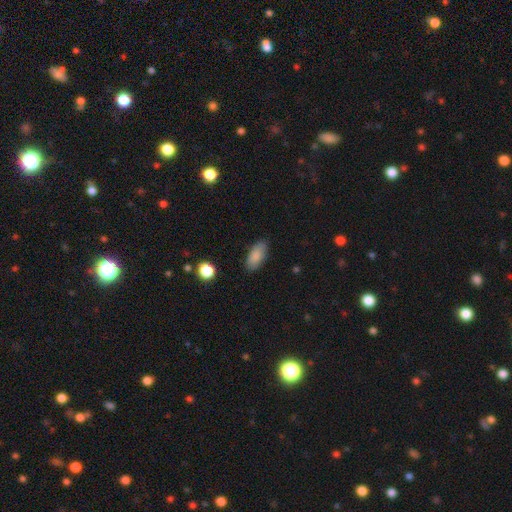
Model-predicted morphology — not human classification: smooth_or_featured: smooth (p=0.85) [alt: star or artifact p=0.07]
how_rounded: in between (p=0.87) [alt: cigar-shaped p=0.10]
merging: none (p=0.84) [alt: minor disturbance p=0.12]